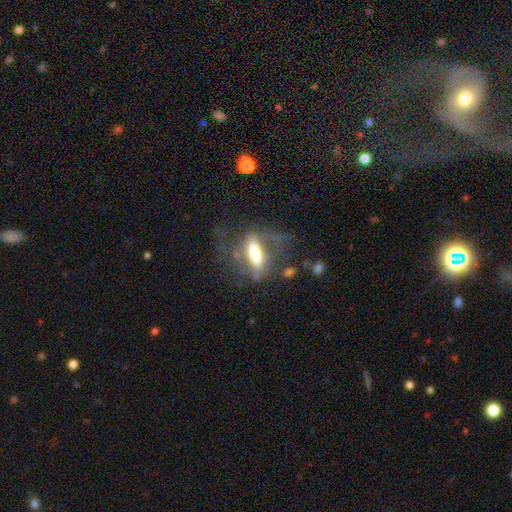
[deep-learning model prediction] Smooth or featured? Predicted: featured or disk (p=0.53). Edge-on disk? Predicted: no (p=0.56). Merging? Predicted: none (p=0.47).